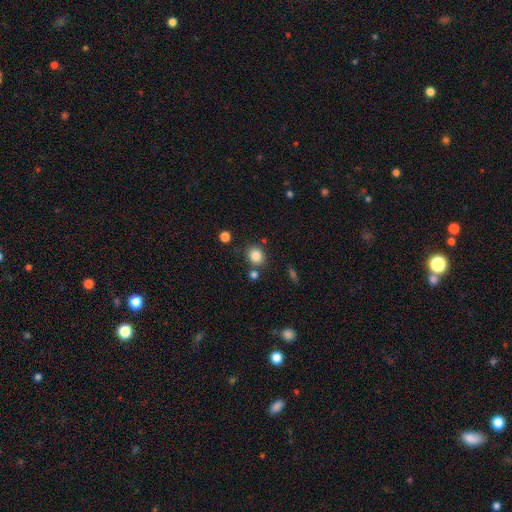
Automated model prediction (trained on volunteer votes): Smooth or featured? Predicted: smooth (p=0.84). How rounded? Predicted: round (p=0.73). Merging? Predicted: none (p=0.78).